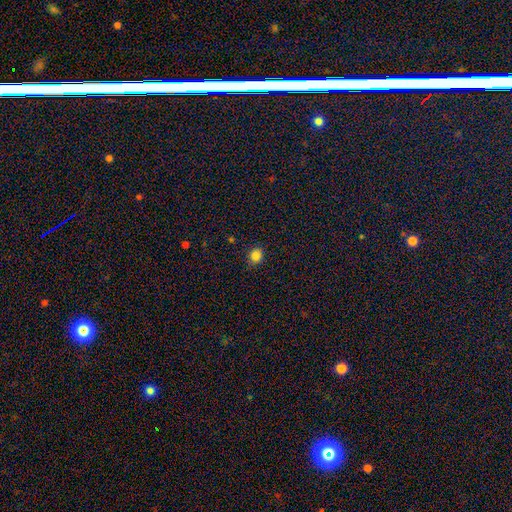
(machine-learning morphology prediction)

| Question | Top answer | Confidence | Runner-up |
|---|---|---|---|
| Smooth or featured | smooth | 84% | star or artifact (12%) |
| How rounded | round | 82% | in between (17%) |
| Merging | none | 85% | minor disturbance (11%) |